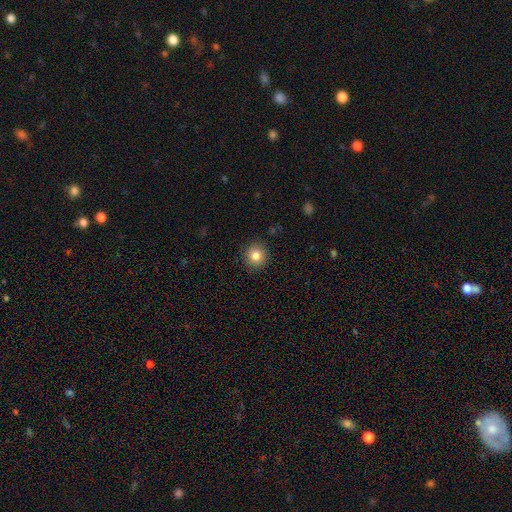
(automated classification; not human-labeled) Smooth or featured?
  - smooth: 83% *
  - star or artifact: 10%
  - featured or disk: 7%
How rounded?
  - round: 92% *
  - in between: 7%
  - cigar-shaped: 1%
Merging?
  - none: 90% *
  - minor disturbance: 7%
  - major disturbance: 2%
  - merger: 1%